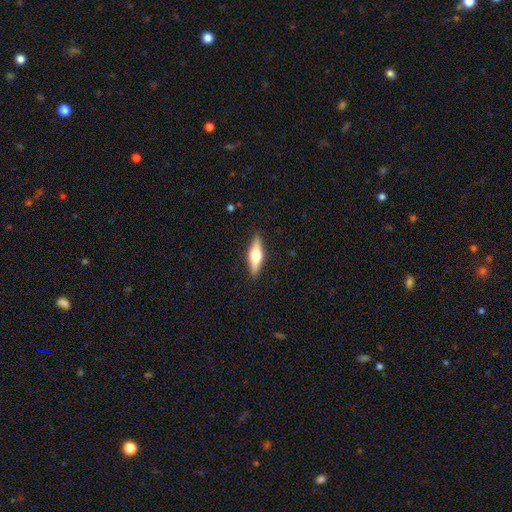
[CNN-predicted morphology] Overall: featured or disk (50%; smooth 44%). Merging: none (89%).